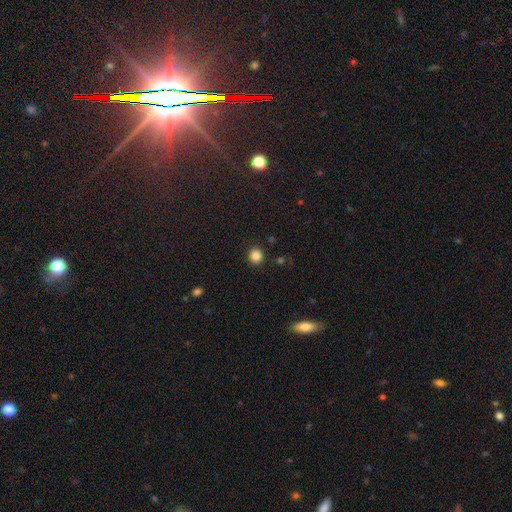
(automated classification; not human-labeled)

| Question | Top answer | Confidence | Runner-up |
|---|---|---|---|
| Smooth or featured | smooth | 85% | star or artifact (11%) |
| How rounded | round | 86% | in between (13%) |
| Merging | none | 91% | minor disturbance (6%) |